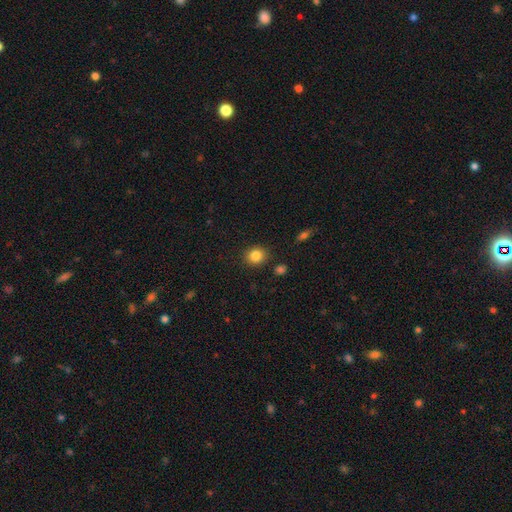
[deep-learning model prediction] Morphology: type=smooth (85%); roundness=round (81%); merging=none (88%).